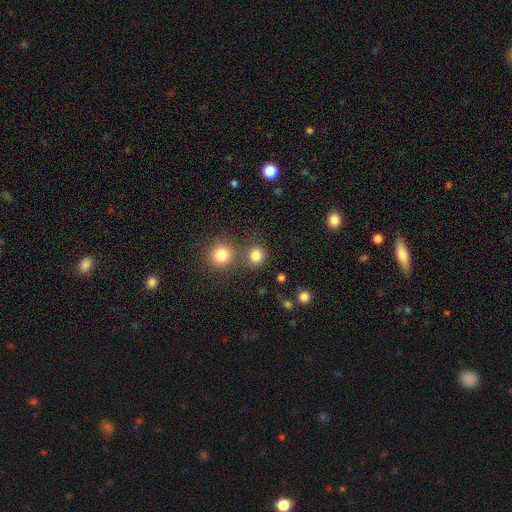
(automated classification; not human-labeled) This appears to be a smooth galaxy with no disk features (82%) that is round (85%). Merging: none (68%).